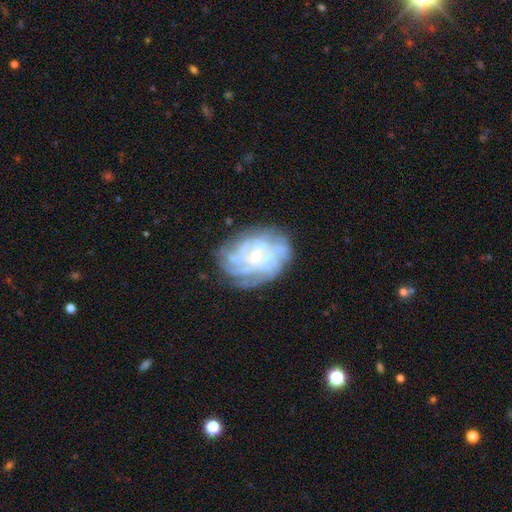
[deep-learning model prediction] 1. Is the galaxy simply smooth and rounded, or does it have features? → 78% featured or disk, 13% smooth, 9% star or artifact.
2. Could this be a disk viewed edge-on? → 97% no, 3% yes.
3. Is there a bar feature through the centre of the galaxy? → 70% no, 25% weak, 5% strong.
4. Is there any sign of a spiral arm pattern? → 88% yes, 12% no.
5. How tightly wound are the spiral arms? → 67% tight, 24% medium, 9% loose.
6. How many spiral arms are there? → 43% can't tell, 21% more than 4, 16% 4, 8% 3, 6% 2, 5% 1.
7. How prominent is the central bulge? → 68% small, 27% moderate, 3% none, 2% large, 1% dominant.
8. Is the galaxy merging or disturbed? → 71% none, 18% minor disturbance, 9% major disturbance, 2% merger.